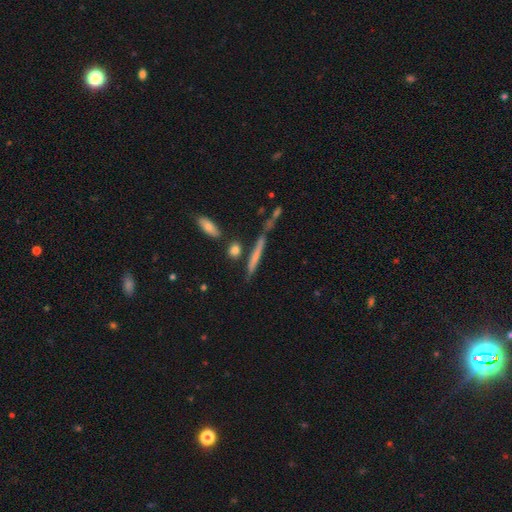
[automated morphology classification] Overall: smooth (53%; featured or disk 38%). How rounded: cigar-shaped (91%). Merging: none (64%).